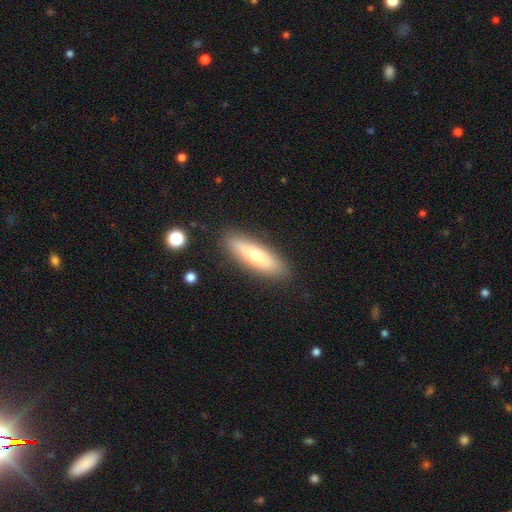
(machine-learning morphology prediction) Overall: smooth (64%; featured or disk 30%). How rounded: cigar-shaped (64%; in between 34%). Merging: none (86%).